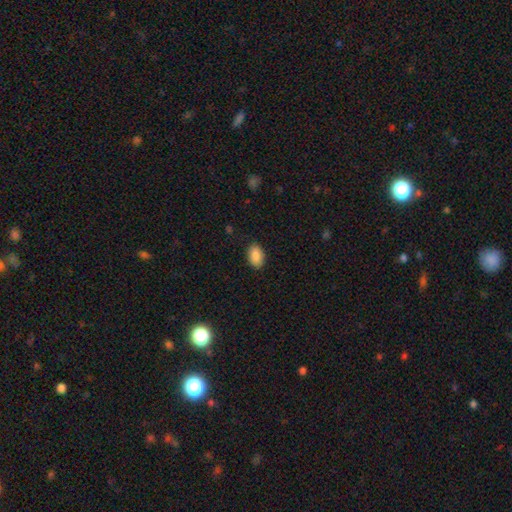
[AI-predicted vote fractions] Smooth or featured? smooth (89%)
How rounded? in between (92%)
Merging? none (88%)